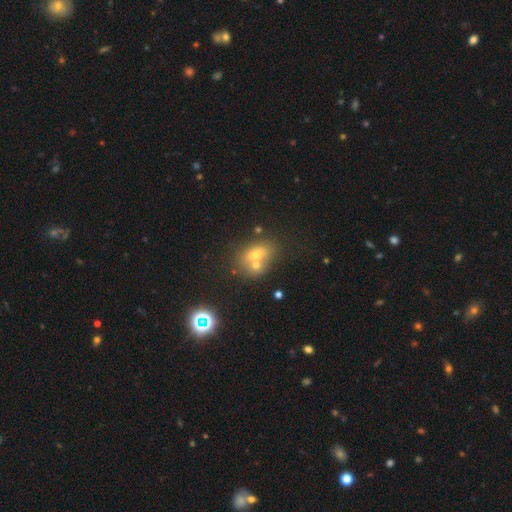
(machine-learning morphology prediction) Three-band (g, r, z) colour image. It shows a smooth galaxy with no disk features (58%) that is in between round and cigar-shaped (54%). Merging: merger (54%).